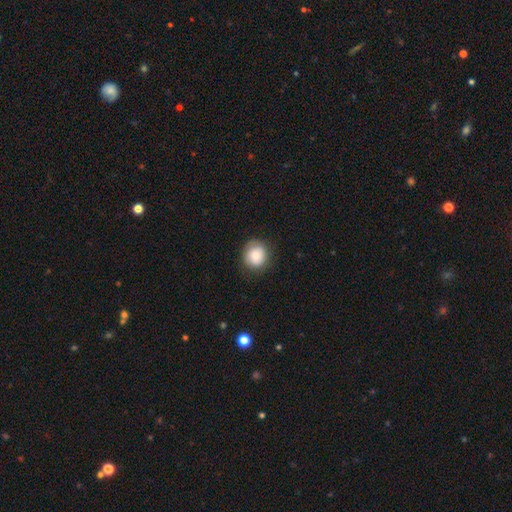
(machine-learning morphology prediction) The model was most divided on "smooth or featured": smooth: 78%, featured or disk: 14%, star or artifact: 8%. More confident: merging — none (83%); how rounded — round (83%).